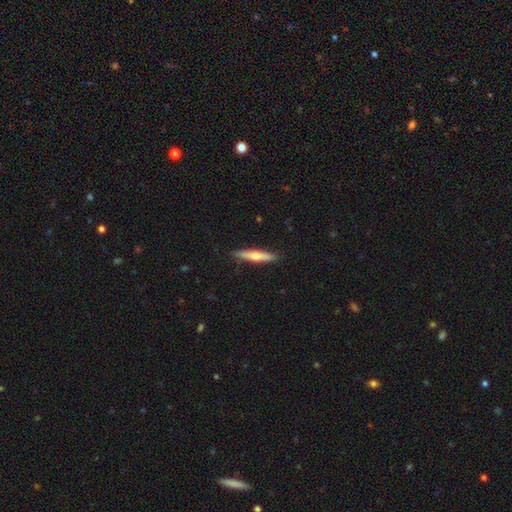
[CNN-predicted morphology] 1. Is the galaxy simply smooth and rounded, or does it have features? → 48% featured or disk, 47% smooth, 5% star or artifact.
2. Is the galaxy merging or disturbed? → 90% none, 8% minor disturbance, 1% major disturbance, 1% merger.